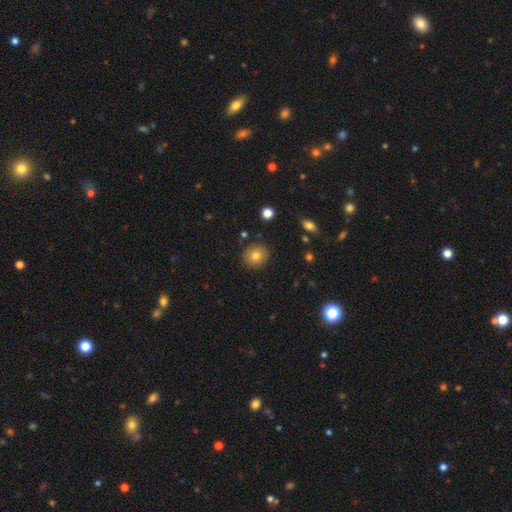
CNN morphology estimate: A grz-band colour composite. It shows a smooth galaxy with no disk features (80%) that is round (85%). Merging: none (88%).